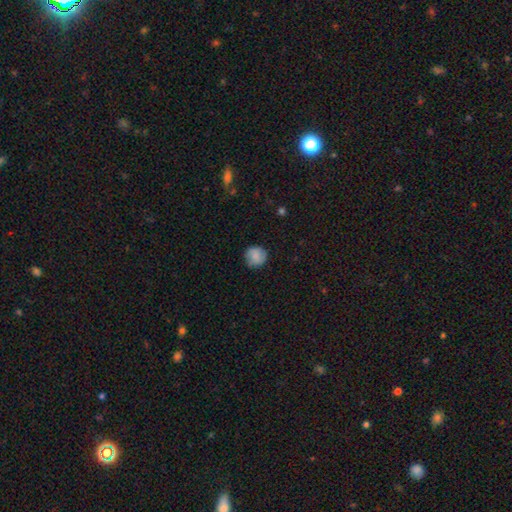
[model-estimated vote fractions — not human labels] A smooth galaxy with no disk features (82%) that is round (91%). Merging: none (82%).